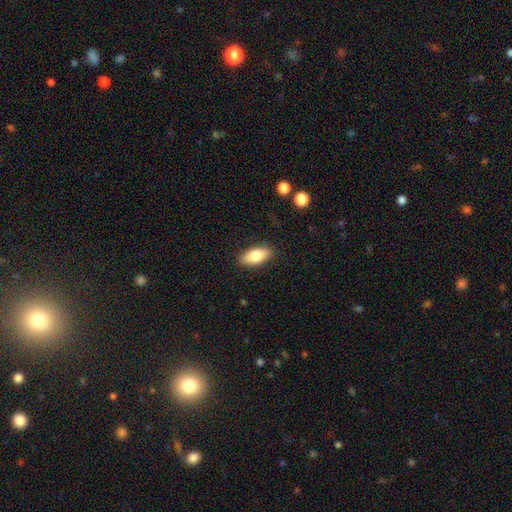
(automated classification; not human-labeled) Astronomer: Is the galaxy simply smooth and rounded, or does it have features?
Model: smooth — 81%.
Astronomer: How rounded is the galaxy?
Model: in between — 83%.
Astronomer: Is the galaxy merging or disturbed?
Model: none — 88%.